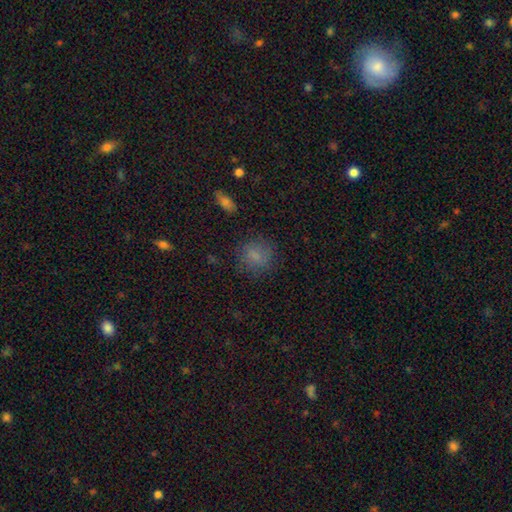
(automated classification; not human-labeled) Smooth or featured? smooth (79%)
How rounded? round (79%)
Merging? none (77%)